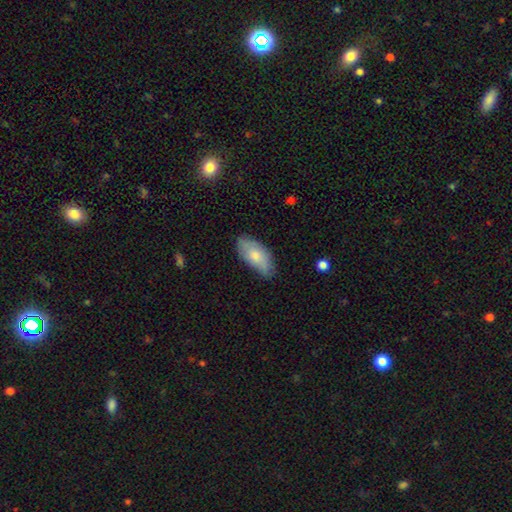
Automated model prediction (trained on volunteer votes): Smooth or featured? smooth (73%)
How rounded? in between (91%)
Merging? none (68%)